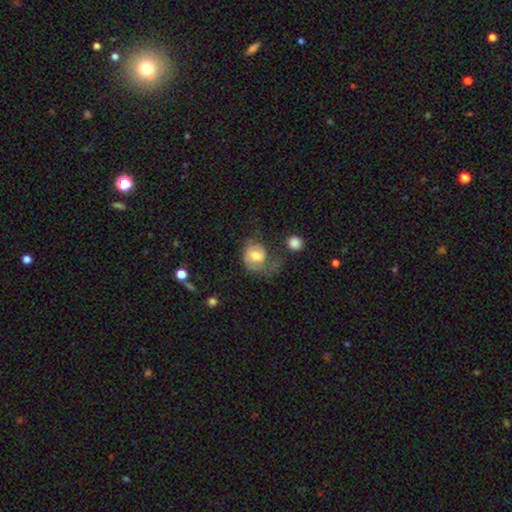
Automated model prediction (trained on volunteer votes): Overall: smooth (47%; featured or disk 46%). Merging: major disturbance (42%; none 30%).